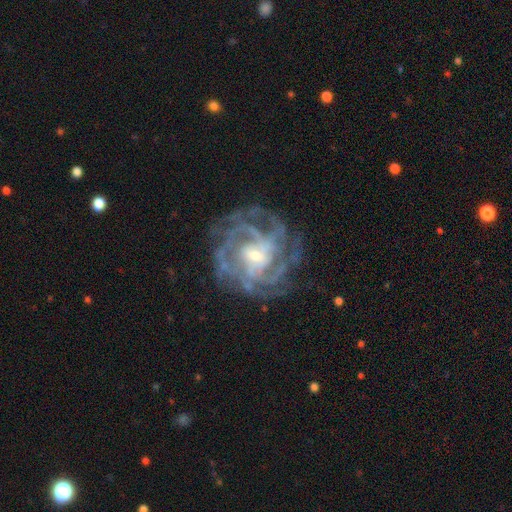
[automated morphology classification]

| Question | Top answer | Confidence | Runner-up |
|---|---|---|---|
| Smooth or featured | featured or disk | 89% | star or artifact (7%) |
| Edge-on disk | no | 97% | yes (3%) |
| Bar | weak | 44% | no (42%) |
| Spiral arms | yes | 95% | no (5%) |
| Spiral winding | tight | 60% | medium (33%) |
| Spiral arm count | can't tell | 27% | 4 (25%) |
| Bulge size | small | 53% | moderate (41%) |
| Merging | none | 73% | minor disturbance (15%) |